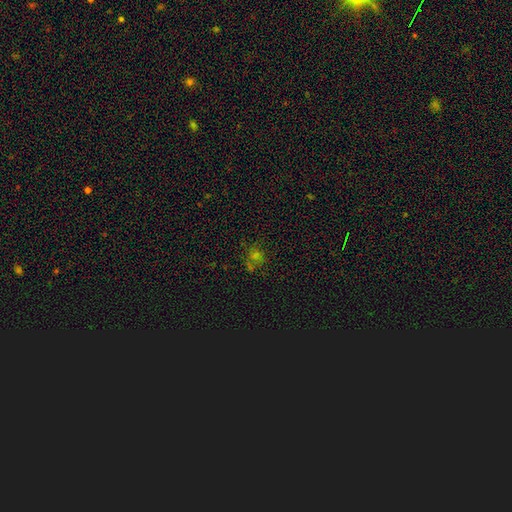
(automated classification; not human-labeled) Smooth or featured? star or artifact (44%)